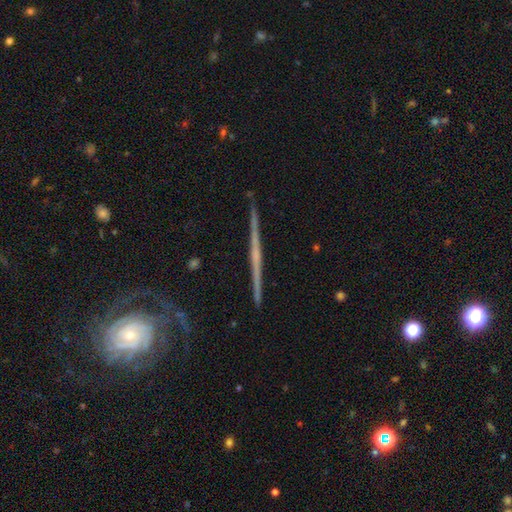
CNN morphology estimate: smooth-or-featured: featured or disk: 82% | smooth: 12% | star or artifact: 6%
  disk-edge-on: yes: 95% | no: 5%
    edge-on-bulge: none: 52% | rounded: 39% | boxy: 9%
  merging: none: 86% | minor disturbance: 10% | major disturbance: 3% | merger: 2%